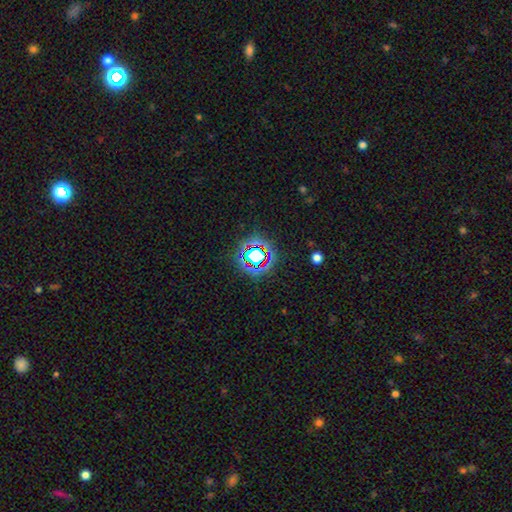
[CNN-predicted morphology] star or artifact 66%, smooth 22%, featured or disk 12%.